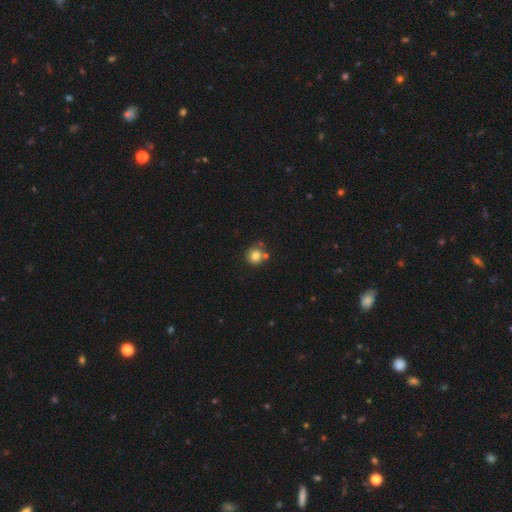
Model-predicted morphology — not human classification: Smooth or featured? Predicted: smooth (p=0.81). How rounded? Predicted: round (p=0.90). Merging? Predicted: none (p=0.67).